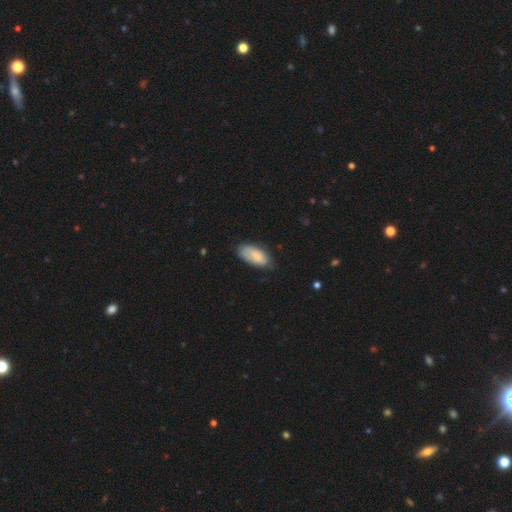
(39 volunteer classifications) Volunteers were most divided on "merging": none: 69%, minor disturbance: 28%, major disturbance: 3%, merger: 0%. More confident: how rounded — in between (100%); smooth or featured — smooth (74%).